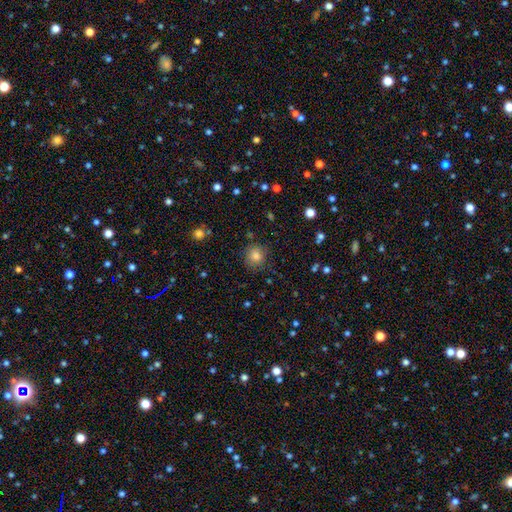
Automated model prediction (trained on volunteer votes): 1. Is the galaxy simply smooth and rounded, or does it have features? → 81% smooth, 12% star or artifact, 7% featured or disk.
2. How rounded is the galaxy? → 89% round, 10% in between, 1% cigar-shaped.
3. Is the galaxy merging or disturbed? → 82% none, 13% minor disturbance, 4% major disturbance, 2% merger.